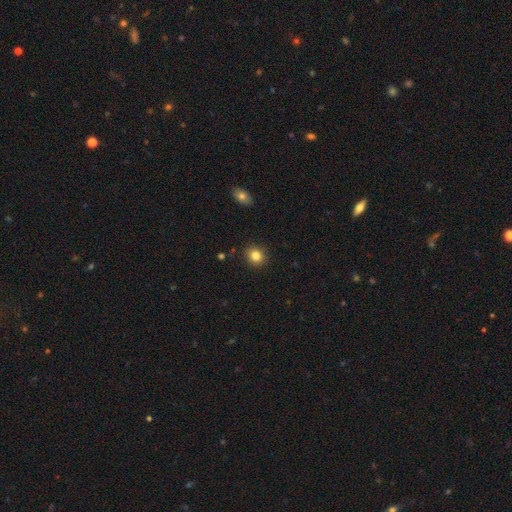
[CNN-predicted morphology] Smooth or featured: smooth — 83% (star or artifact — 10%)
How rounded: round — 70% (in between — 29%)
Merging: none — 89% (minor disturbance — 7%)